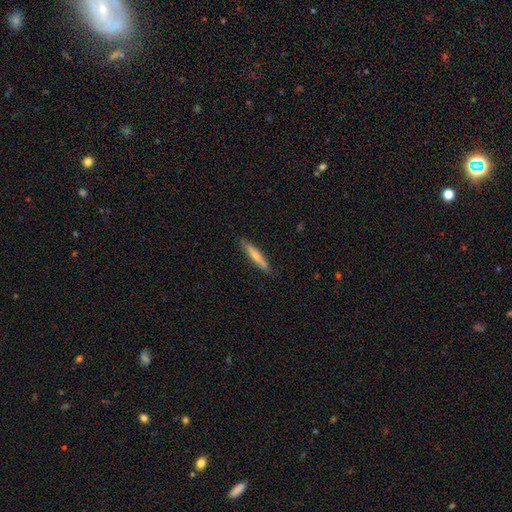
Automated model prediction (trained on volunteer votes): Overall: featured or disk (48%; smooth 46%). Merging: none (87%).